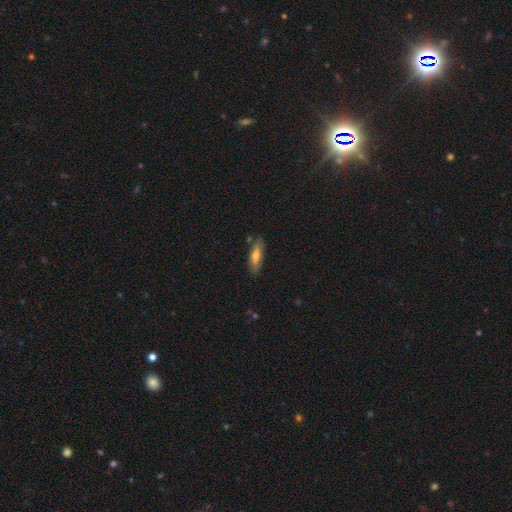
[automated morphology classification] Q: Smooth or featured?
A: smooth (63%); runner-up: featured or disk (30%)
Q: How rounded?
A: cigar-shaped (51%); runner-up: in between (46%)
Q: Merging?
A: none (80%); runner-up: minor disturbance (14%)